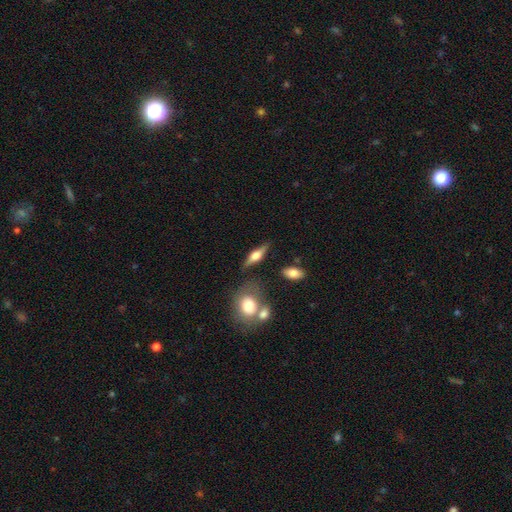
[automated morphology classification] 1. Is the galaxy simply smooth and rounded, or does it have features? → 61% featured or disk, 31% smooth, 7% star or artifact.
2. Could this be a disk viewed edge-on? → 93% yes, 7% no.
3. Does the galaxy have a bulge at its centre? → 93% rounded, 6% boxy, 2% none.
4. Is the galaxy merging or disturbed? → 77% none, 13% minor disturbance, 6% merger, 4% major disturbance.